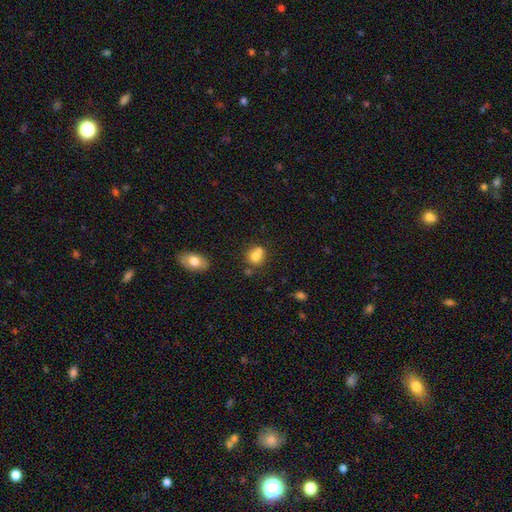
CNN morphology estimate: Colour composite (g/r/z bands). It shows a smooth galaxy with no disk features (74%) that is round (72%). Merging: merger (44%).